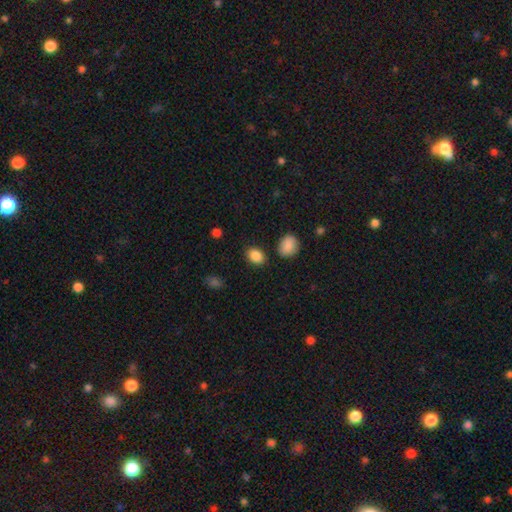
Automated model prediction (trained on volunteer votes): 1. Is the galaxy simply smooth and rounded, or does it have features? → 87% smooth, 9% star or artifact, 4% featured or disk.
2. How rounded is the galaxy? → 72% in between, 27% round, 1% cigar-shaped.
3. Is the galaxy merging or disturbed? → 83% none, 10% minor disturbance, 4% merger, 3% major disturbance.